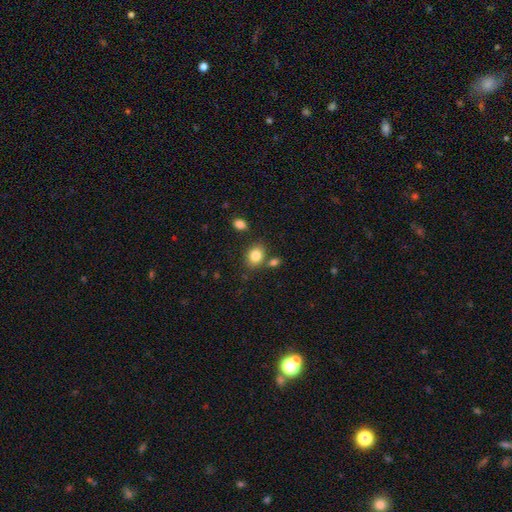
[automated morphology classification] Smooth or featured? Predicted: smooth (p=0.84). How rounded? Predicted: in between (p=0.58). Merging? Predicted: none (p=0.70).